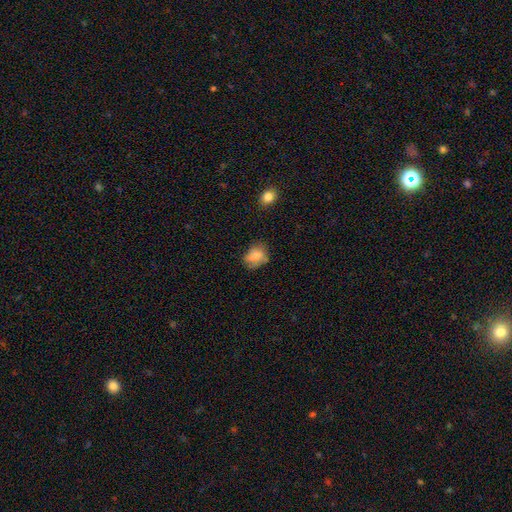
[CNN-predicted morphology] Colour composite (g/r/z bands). It shows a smooth galaxy with no disk features (76%) that is in between round and cigar-shaped (62%). Merging: none (54%).